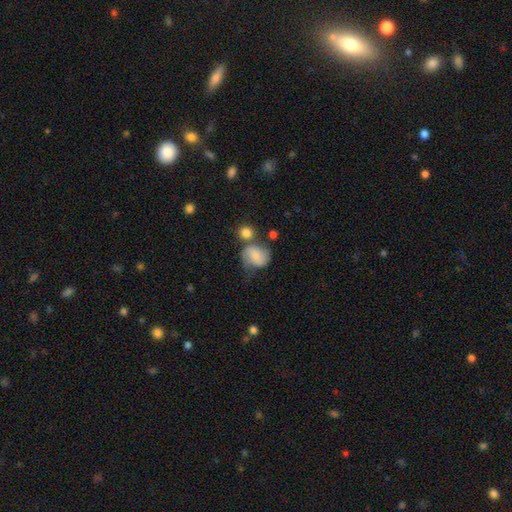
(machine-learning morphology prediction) Smooth or featured? smooth (53%)
How rounded? round (60%)
Merging? none (44%)